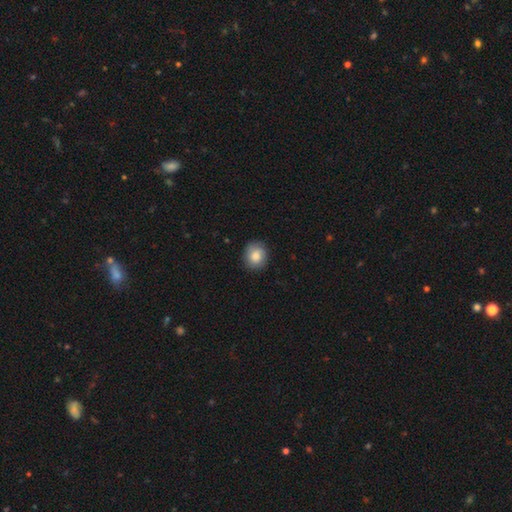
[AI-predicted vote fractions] Smooth or featured? smooth (85%)
How rounded? round (76%)
Merging? none (85%)